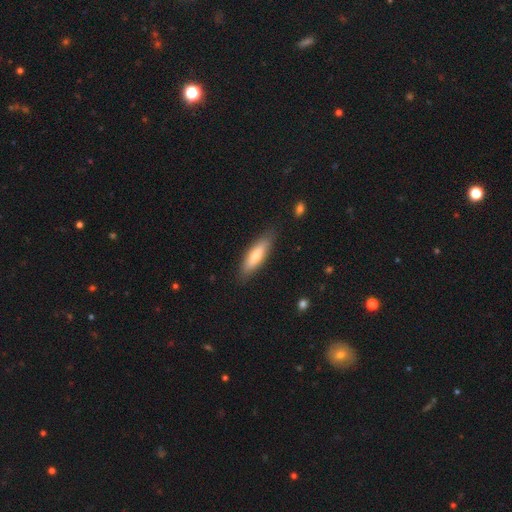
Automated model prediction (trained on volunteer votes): Q: Smooth or featured?
A: smooth (67%); runner-up: featured or disk (28%)
Q: How rounded?
A: cigar-shaped (61%); runner-up: in between (37%)
Q: Merging?
A: none (86%); runner-up: minor disturbance (11%)